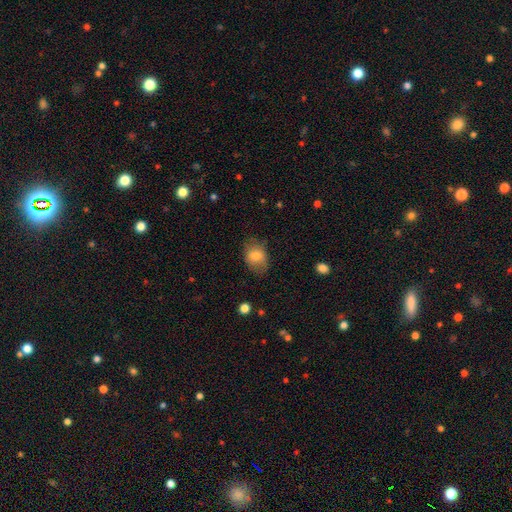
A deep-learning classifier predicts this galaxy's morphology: smooth-or-featured: smooth: 78% | featured or disk: 15% | star or artifact: 8%
  how-rounded: in between: 71% | round: 28% | cigar-shaped: 1%
  merging: none: 68% | minor disturbance: 23% | major disturbance: 8% | merger: 1%